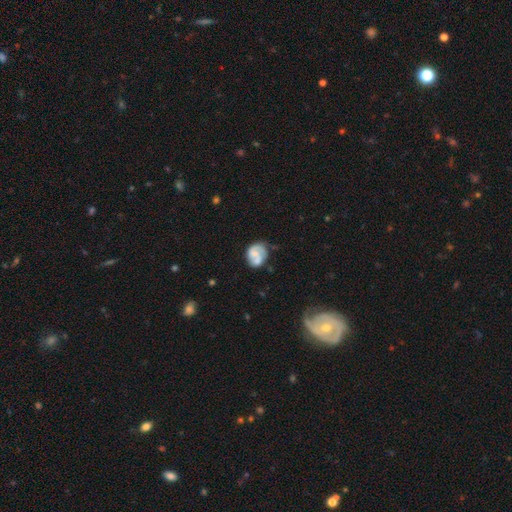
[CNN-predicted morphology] The model was most divided on "bulge size": small: 42%, moderate: 31%, none: 22%, large: 4%, dominant: 1%. Remaining: edge-on disk — no (98%); spiral arms — yes (76%); bar — no (66%); smooth or featured — featured or disk (56%); merging — none (48%).